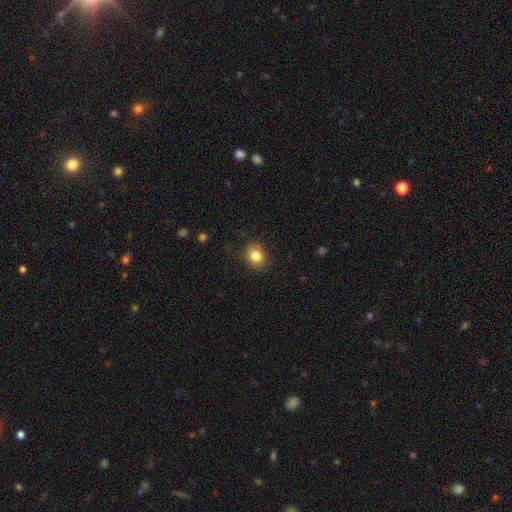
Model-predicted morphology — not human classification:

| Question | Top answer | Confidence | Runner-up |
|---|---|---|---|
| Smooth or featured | smooth | 84% | star or artifact (10%) |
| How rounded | round | 64% | in between (35%) |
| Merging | none | 85% | minor disturbance (11%) |